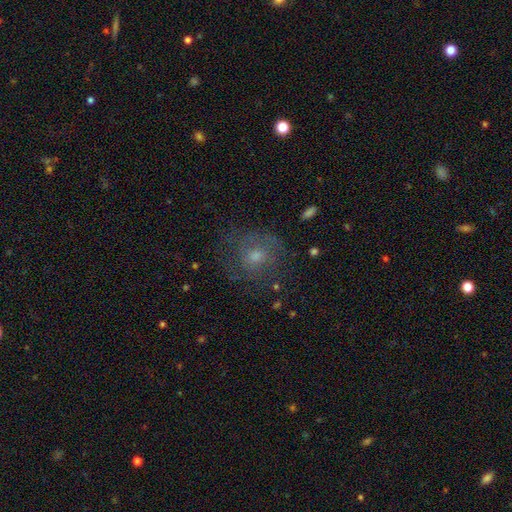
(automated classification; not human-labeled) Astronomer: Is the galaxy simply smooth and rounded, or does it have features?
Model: featured or disk — 49% (runner-up: smooth, 38%).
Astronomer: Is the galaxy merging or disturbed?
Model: none — 65%.